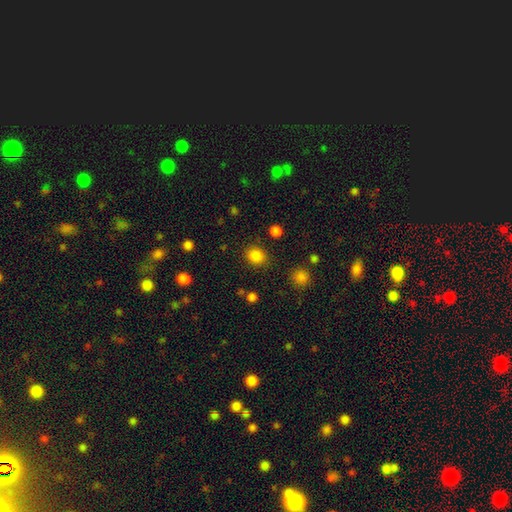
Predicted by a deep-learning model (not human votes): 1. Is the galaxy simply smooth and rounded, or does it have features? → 85% smooth, 12% star or artifact, 4% featured or disk.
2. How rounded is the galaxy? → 68% round, 31% in between, 1% cigar-shaped.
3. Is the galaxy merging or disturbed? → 85% none, 9% minor disturbance, 4% major disturbance, 3% merger.